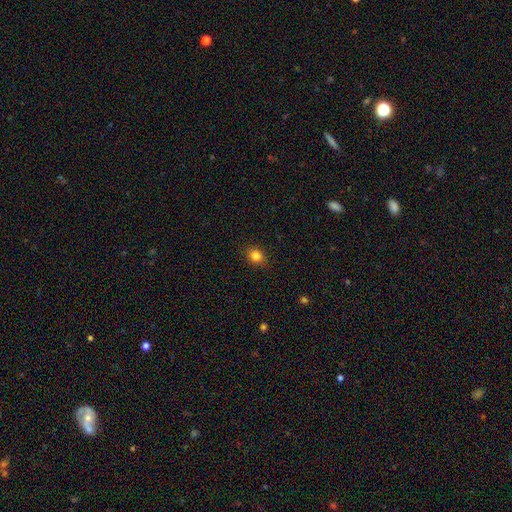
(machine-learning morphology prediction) Smooth or featured? Predicted: smooth (p=0.83). How rounded? Predicted: round (p=0.53). Merging? Predicted: none (p=0.88).